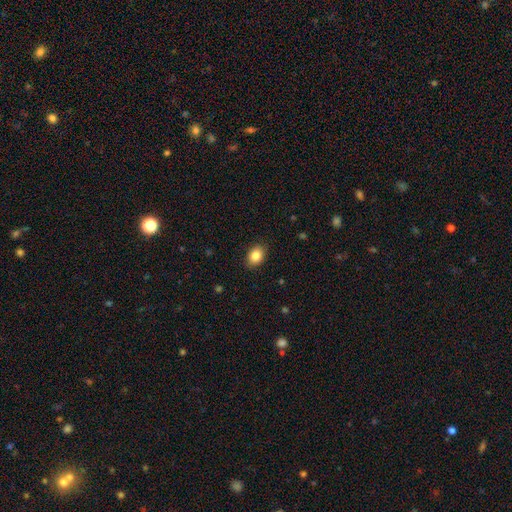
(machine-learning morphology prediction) Smooth or featured?
  - smooth: 85% *
  - star or artifact: 8%
  - featured or disk: 6%
How rounded?
  - in between: 73% *
  - round: 26%
  - cigar-shaped: 1%
Merging?
  - none: 88% *
  - minor disturbance: 9%
  - major disturbance: 2%
  - merger: 1%